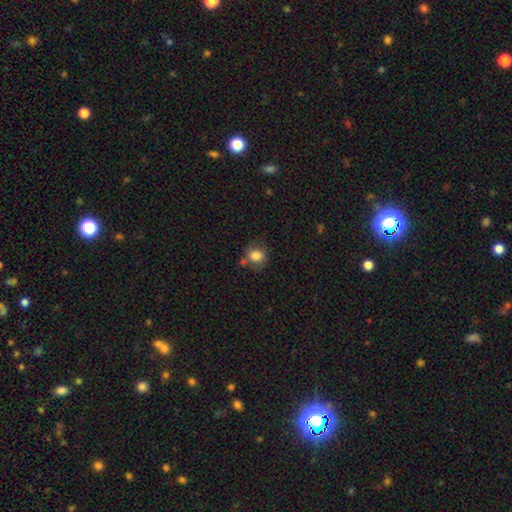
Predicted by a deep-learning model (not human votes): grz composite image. It shows a smooth galaxy with no disk features (80%) that is round (69%). Merging: none (58%).